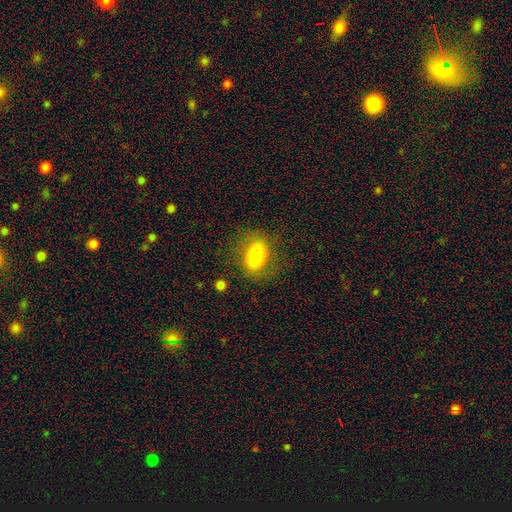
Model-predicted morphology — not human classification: Smooth or featured? smooth (72%)
How rounded? in between (82%)
Merging? none (77%)